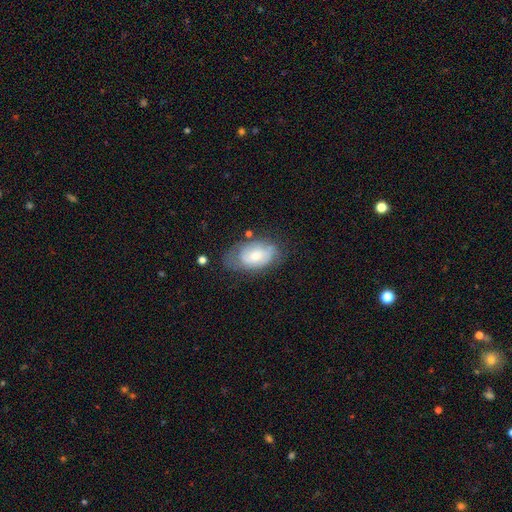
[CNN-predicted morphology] A smooth galaxy with no disk features (47%). Merging: none (54%).